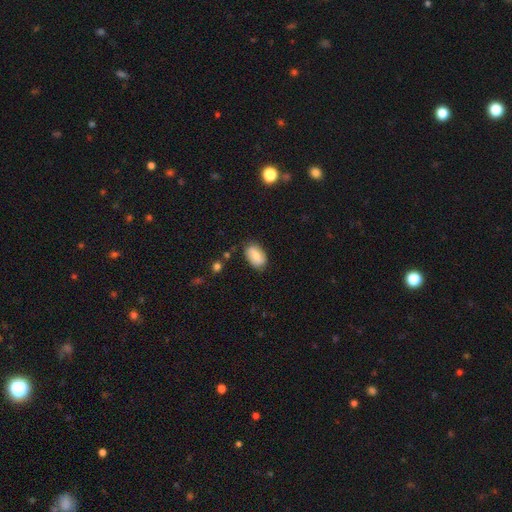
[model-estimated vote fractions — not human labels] A smooth galaxy with no disk features (71%) that is in between round and cigar-shaped (90%).

Vote fractions:
- Smooth or featured? smooth: 71% / featured or disk: 21% / star or artifact: 8%
- How rounded? in between: 90% / round: 8% / cigar-shaped: 2%
- Merging? none: 79% / minor disturbance: 16% / major disturbance: 3% / merger: 2%